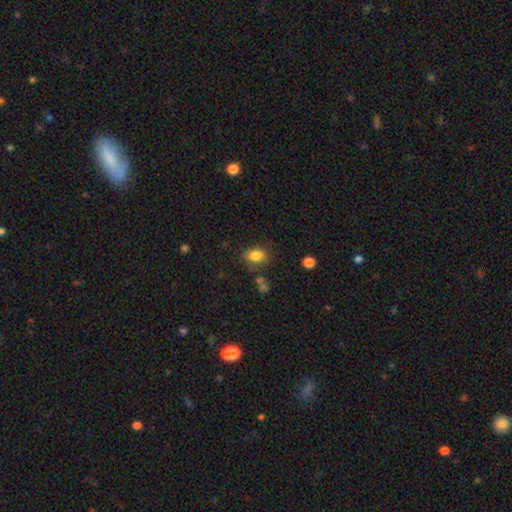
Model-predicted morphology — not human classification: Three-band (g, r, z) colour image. It shows a smooth galaxy with no disk features (83%) that is in between round and cigar-shaped (70%). Merging: none (73%).